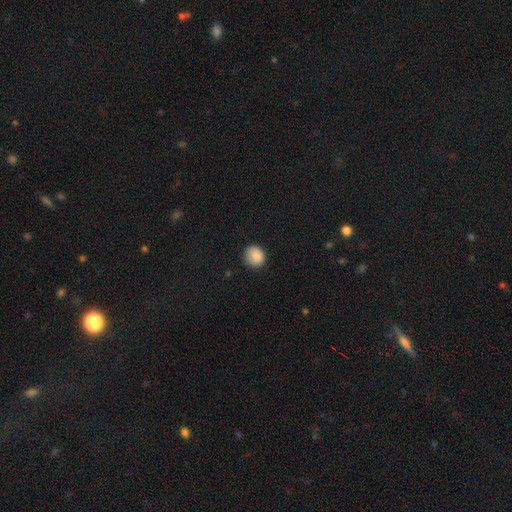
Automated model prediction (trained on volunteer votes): Smooth or featured: smooth — 88% (star or artifact — 9%)
How rounded: round — 87% (in between — 12%)
Merging: none — 84% (minor disturbance — 12%)